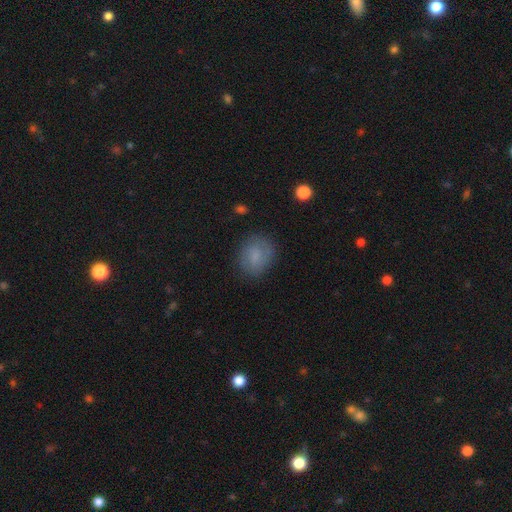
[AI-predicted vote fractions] The model was most divided on "how rounded": round: 55%, in between: 44%, cigar-shaped: 1%. More confident: merging — none (76%); smooth or featured — smooth (75%).